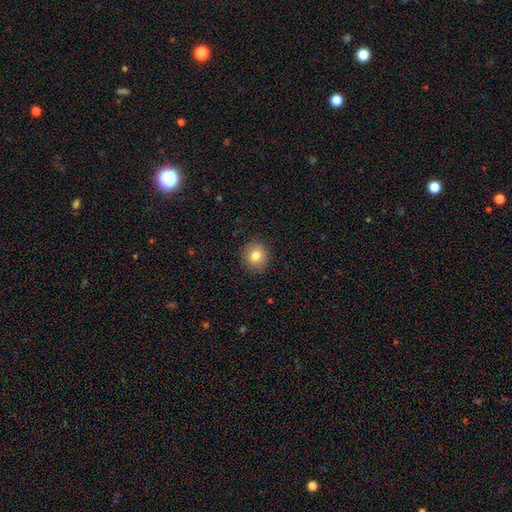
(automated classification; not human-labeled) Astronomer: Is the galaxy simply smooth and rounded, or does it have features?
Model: smooth — 81%.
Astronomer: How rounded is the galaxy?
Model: round — 83%.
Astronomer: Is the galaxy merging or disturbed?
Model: none — 89%.